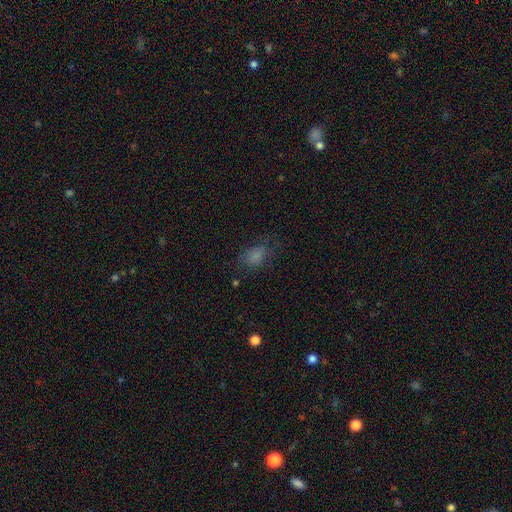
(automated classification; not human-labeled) Smooth or featured? smooth (73%)
How rounded? in between (78%)
Merging? none (55%)